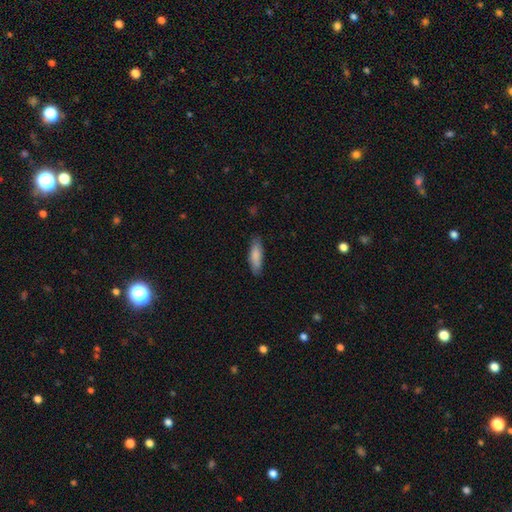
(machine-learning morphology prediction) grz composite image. It shows a smooth galaxy with no disk features (84%) that is cigar-shaped (53%). Merging: none (84%).